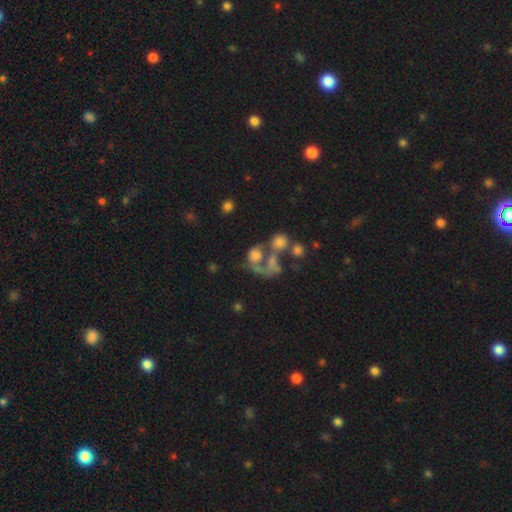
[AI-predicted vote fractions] Q: Smooth or featured?
A: smooth (50%); runner-up: featured or disk (34%)
Q: How rounded?
A: round (56%); runner-up: in between (42%)
Q: Merging?
A: merger (49%); runner-up: major disturbance (23%)